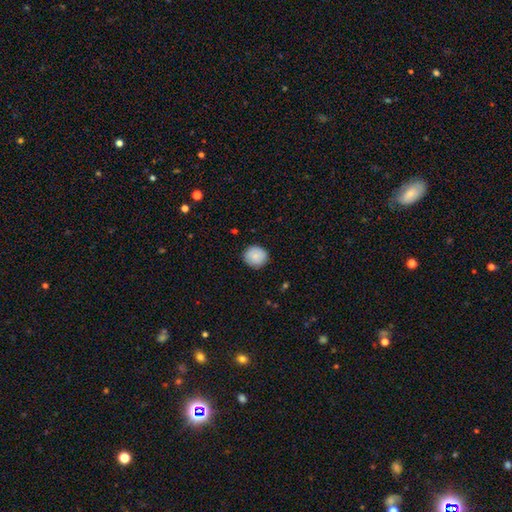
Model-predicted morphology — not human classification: A smooth galaxy with no disk features (86%) that is round (85%). Merging: none (87%).